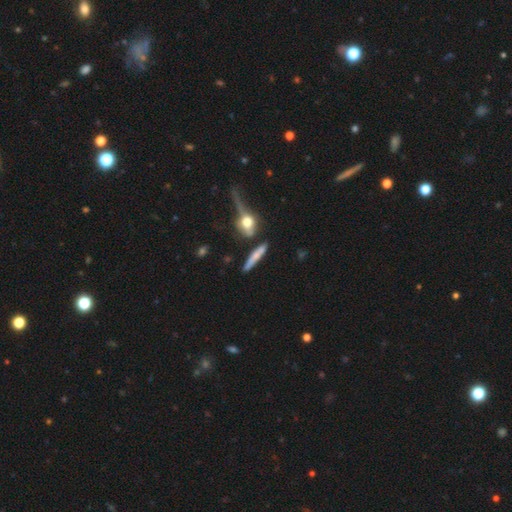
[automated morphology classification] smooth-or-featured: smooth: 58% | featured or disk: 34% | star or artifact: 8%
  how-rounded: cigar-shaped: 83% | in between: 12% | round: 5%
  merging: none: 64% | minor disturbance: 16% | merger: 13% | major disturbance: 7%